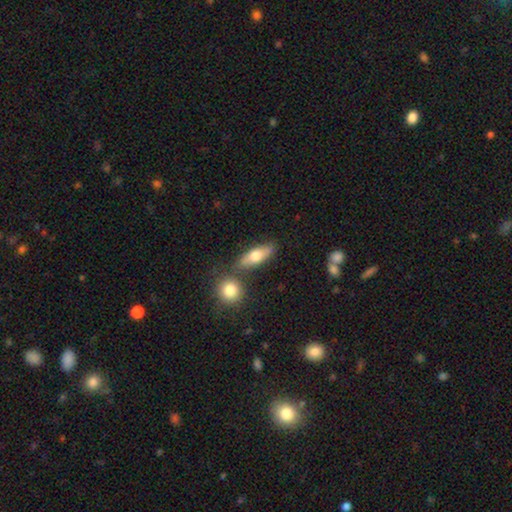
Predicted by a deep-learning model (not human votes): This is likely a smooth galaxy (66%). How rounded: likely in between (64%). Merging: likely none (70%).